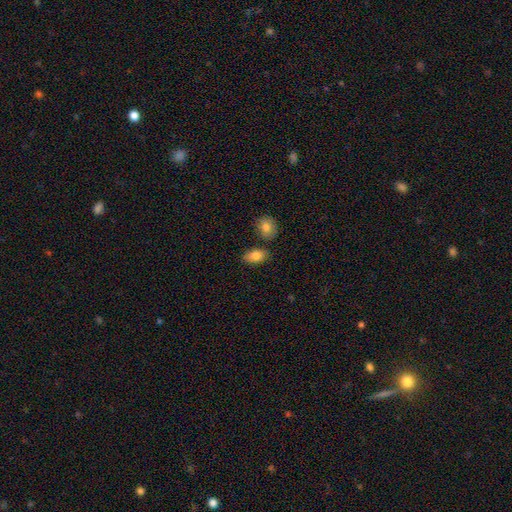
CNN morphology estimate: A smooth galaxy with no disk features (84%) that is in between round and cigar-shaped (88%).

Vote fractions:
- Smooth or featured? smooth: 84% / featured or disk: 9% / star or artifact: 7%
- How rounded? in between: 88% / round: 10% / cigar-shaped: 2%
- Merging? none: 74% / minor disturbance: 13% / merger: 10% / major disturbance: 3%